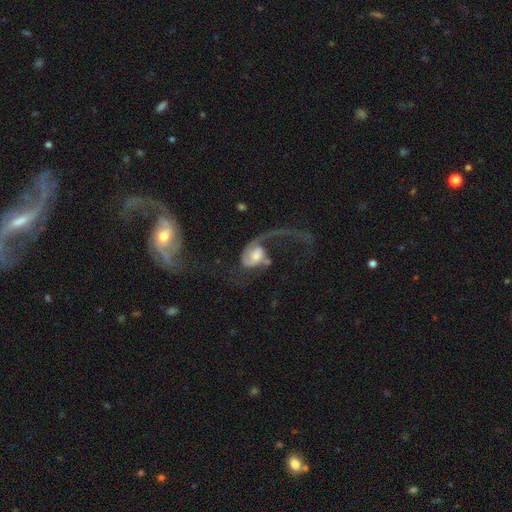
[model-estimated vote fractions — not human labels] Morphology: type=featured or disk (71%); edge-on=no (97%); bar=no (61%); spiral arms=yes (86%); winding=loose (74%); arm count=1 (73%); bulge=moderate (40%); merging=major disturbance (59%).